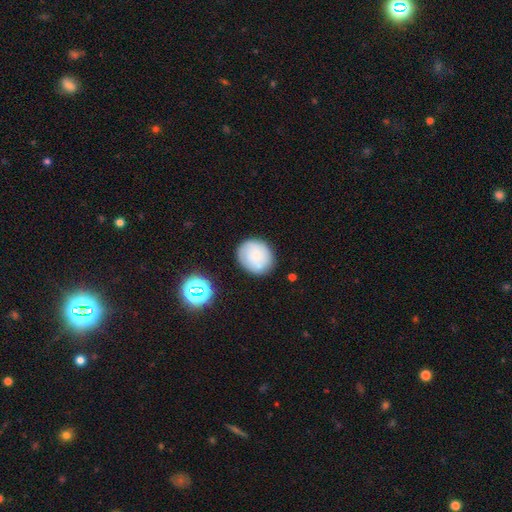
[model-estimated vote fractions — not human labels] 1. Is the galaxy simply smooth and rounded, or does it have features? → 70% smooth, 21% featured or disk, 9% star or artifact.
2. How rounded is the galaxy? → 74% round, 25% in between, 1% cigar-shaped.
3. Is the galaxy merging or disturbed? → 79% none, 14% minor disturbance, 4% major disturbance, 4% merger.